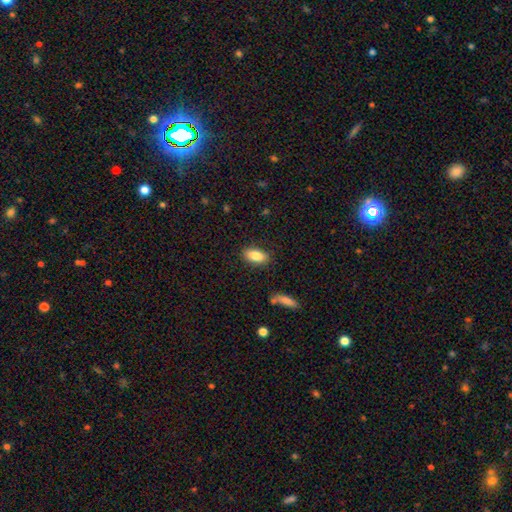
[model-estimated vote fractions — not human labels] smooth_or_featured: smooth (p=0.83) [alt: featured or disk p=0.10]
how_rounded: in between (p=0.90) [alt: cigar-shaped p=0.06]
merging: none (p=0.85) [alt: minor disturbance p=0.11]